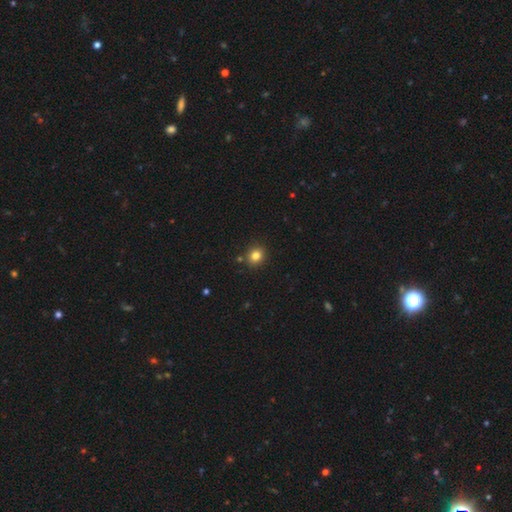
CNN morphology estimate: type=smooth (82%); roundness=round (78%); merging=none (86%).